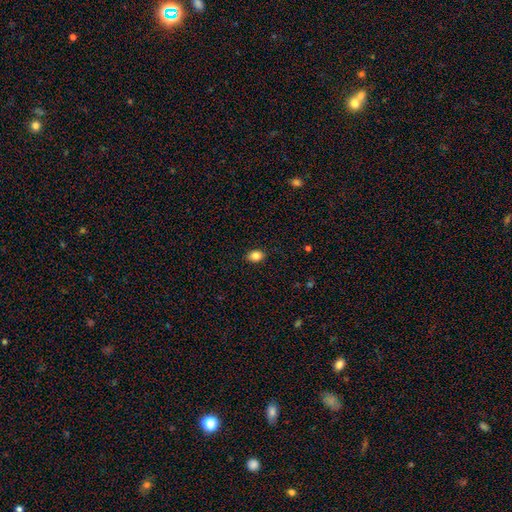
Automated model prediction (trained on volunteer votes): This is clearly a smooth galaxy (86%). How rounded: likely in between (69%). Merging: clearly none (89%).